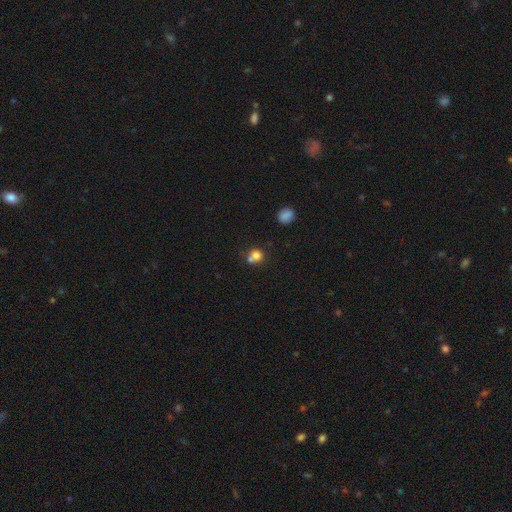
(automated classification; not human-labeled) Overall: smooth (76%). How rounded: round (81%). Merging: merger (45%; none 43%).